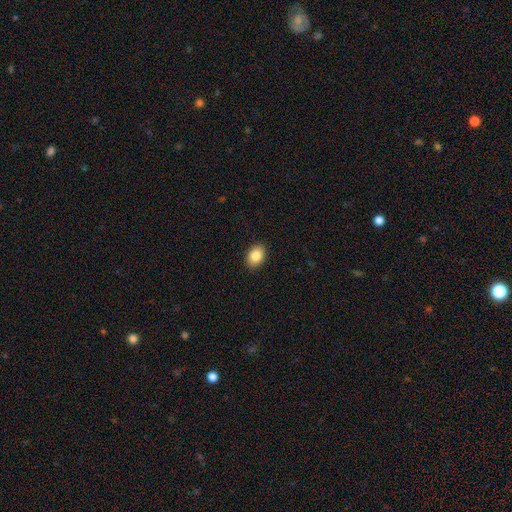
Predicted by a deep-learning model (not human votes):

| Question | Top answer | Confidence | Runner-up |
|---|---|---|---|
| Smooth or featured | smooth | 86% | star or artifact (8%) |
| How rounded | in between | 78% | round (21%) |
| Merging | none | 90% | minor disturbance (7%) |